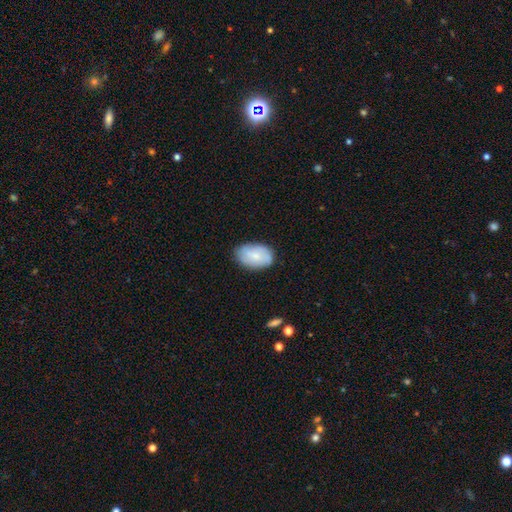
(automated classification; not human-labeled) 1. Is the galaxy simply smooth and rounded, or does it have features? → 72% smooth, 22% featured or disk, 6% star or artifact.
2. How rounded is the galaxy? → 90% in between, 9% round, 1% cigar-shaped.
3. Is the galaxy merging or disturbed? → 78% none, 17% minor disturbance, 3% major disturbance, 1% merger.